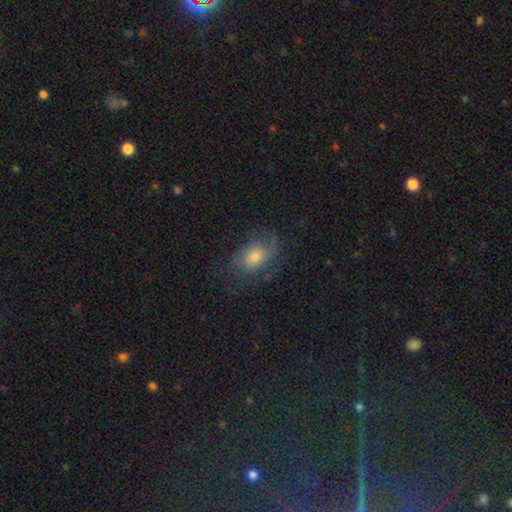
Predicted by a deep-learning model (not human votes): A featured or disk galaxy (38%). Merging: none (71%).